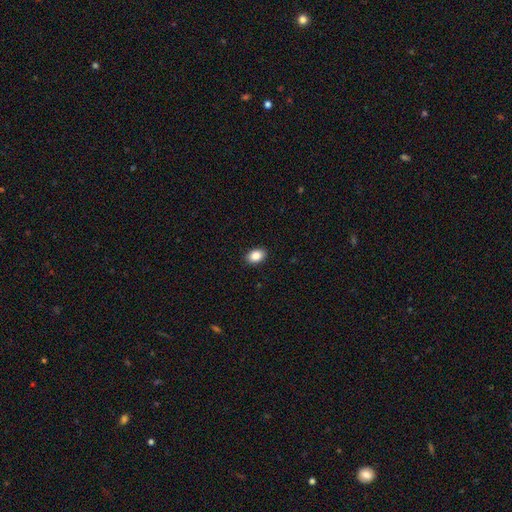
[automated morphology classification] A smooth galaxy with no disk features (87%) that is in between round and cigar-shaped (82%).

Vote fractions:
- Smooth or featured? smooth: 87% / star or artifact: 8% / featured or disk: 5%
- How rounded? in between: 82% / round: 17% / cigar-shaped: 1%
- Merging? none: 91% / minor disturbance: 7% / major disturbance: 2% / merger: 1%